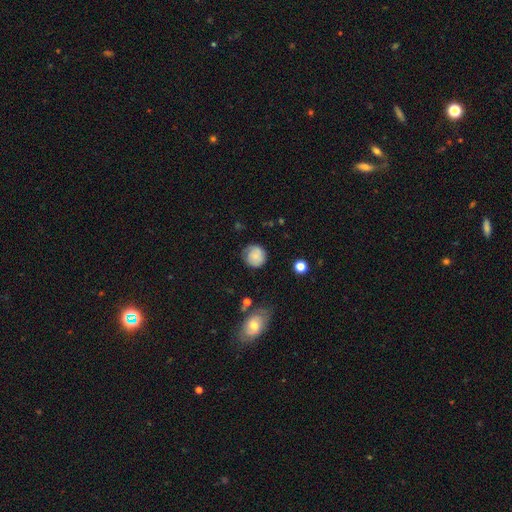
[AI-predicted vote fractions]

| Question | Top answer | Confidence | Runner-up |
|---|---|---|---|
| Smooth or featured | smooth | 64% | featured or disk (27%) |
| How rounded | round | 87% | in between (12%) |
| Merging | none | 67% | minor disturbance (24%) |